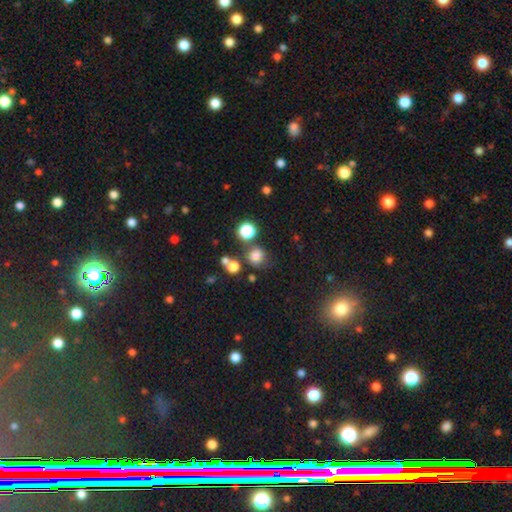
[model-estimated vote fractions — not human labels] Smooth or featured? smooth (75%)
How rounded? round (87%)
Merging? none (73%)